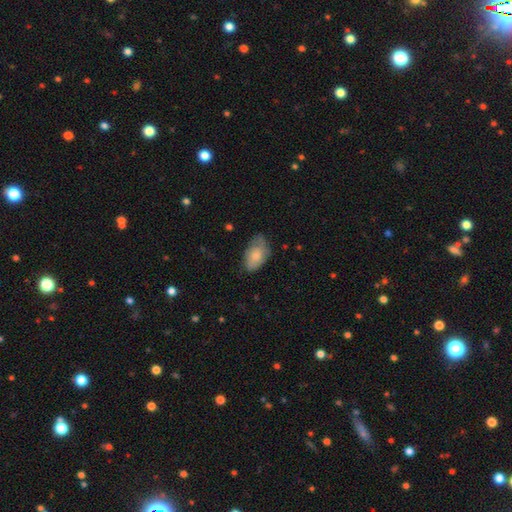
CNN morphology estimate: This appears to be a smooth galaxy with no disk features (75%) that is in between round and cigar-shaped (93%). Merging: none (54%).